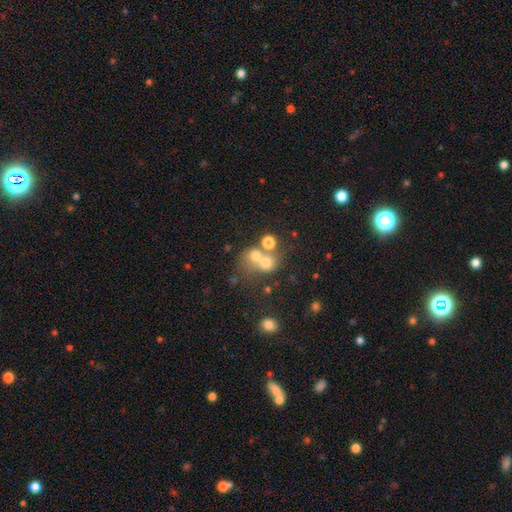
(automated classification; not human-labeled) This appears to be a smooth galaxy with no disk features (64%) that is round (74%). Merging: merger (52%).